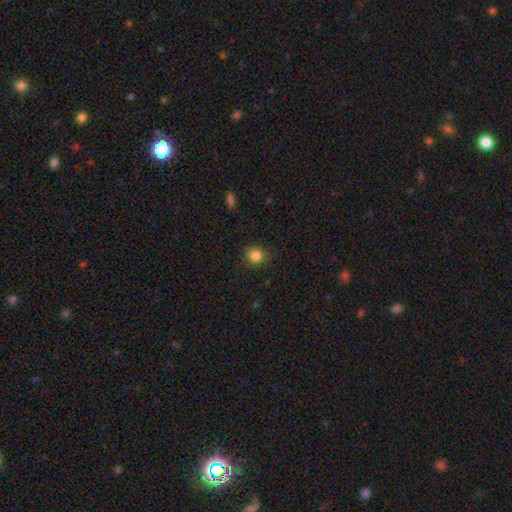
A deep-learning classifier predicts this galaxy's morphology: Smooth or featured?
  - smooth: 84% *
  - star or artifact: 11%
  - featured or disk: 4%
How rounded?
  - round: 91% *
  - in between: 8%
  - cigar-shaped: 1%
Merging?
  - none: 89% *
  - minor disturbance: 8%
  - major disturbance: 2%
  - merger: 1%